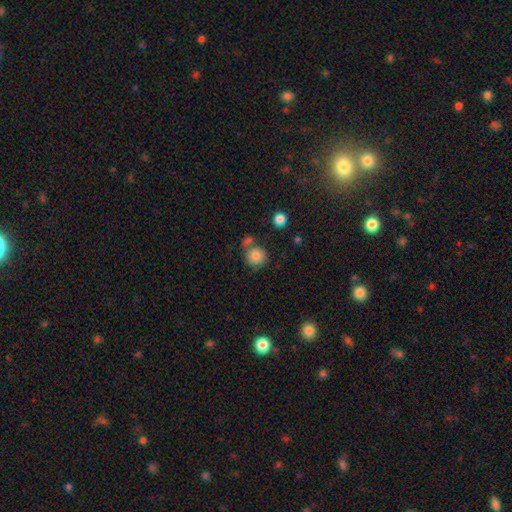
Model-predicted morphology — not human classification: Overall: smooth (82%). How rounded: round (91%). Merging: none (64%).